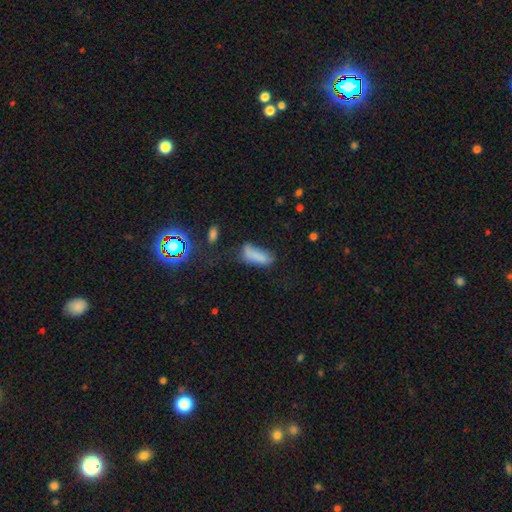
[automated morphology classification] Smooth or featured? Predicted: smooth (p=0.76). How rounded? Predicted: in between (p=0.66). Merging? Predicted: none (p=0.40).